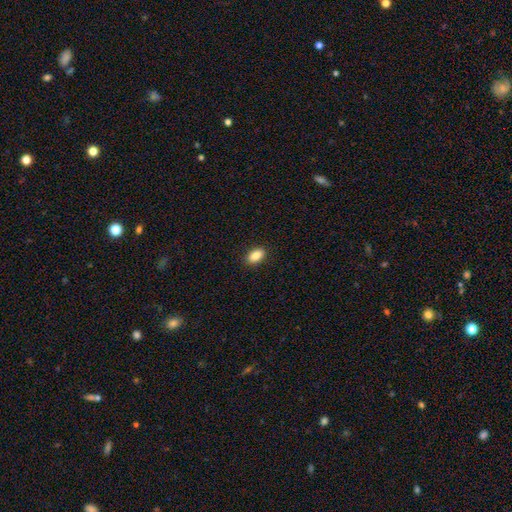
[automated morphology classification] Smooth or featured? Predicted: smooth (p=0.88). How rounded? Predicted: in between (p=0.92). Merging? Predicted: none (p=0.90).